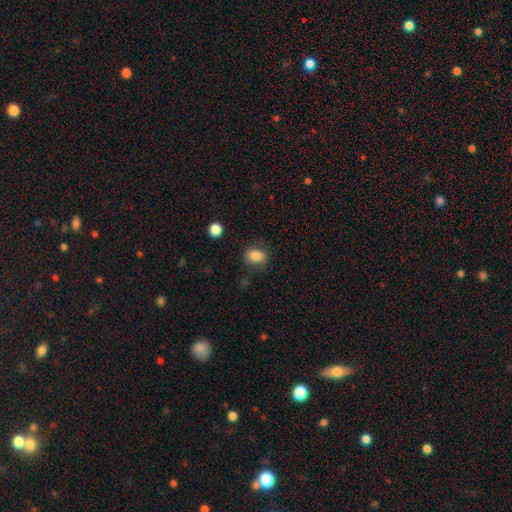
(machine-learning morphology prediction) Q: Smooth or featured?
A: smooth (84%); runner-up: star or artifact (10%)
Q: How rounded?
A: in between (63%); runner-up: round (36%)
Q: Merging?
A: none (75%); runner-up: minor disturbance (17%)